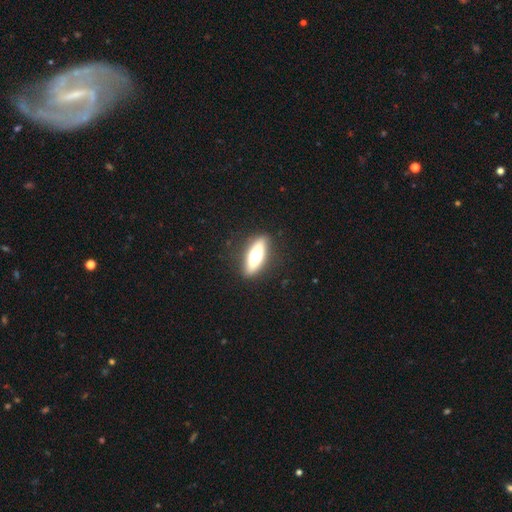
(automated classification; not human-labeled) This appears to be a smooth galaxy with no disk features (54%) that is in between round and cigar-shaped (55%). Merging: none (87%).